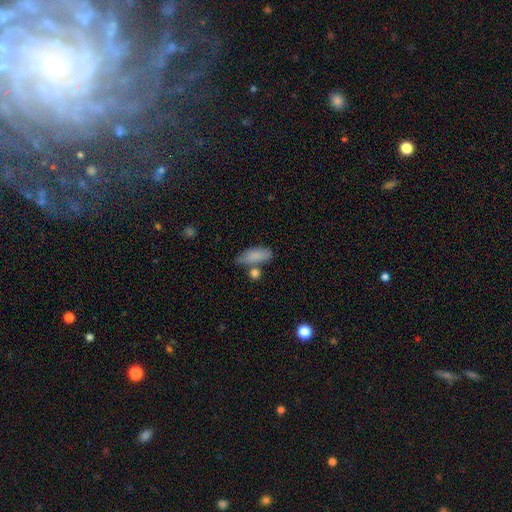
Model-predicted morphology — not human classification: A smooth galaxy with no disk features (83%) that is in between round and cigar-shaped (72%).

Vote fractions:
- Smooth or featured? smooth: 83% / featured or disk: 10% / star or artifact: 7%
- How rounded? in between: 72% / cigar-shaped: 24% / round: 3%
- Merging? none: 57% / minor disturbance: 21% / merger: 16% / major disturbance: 6%